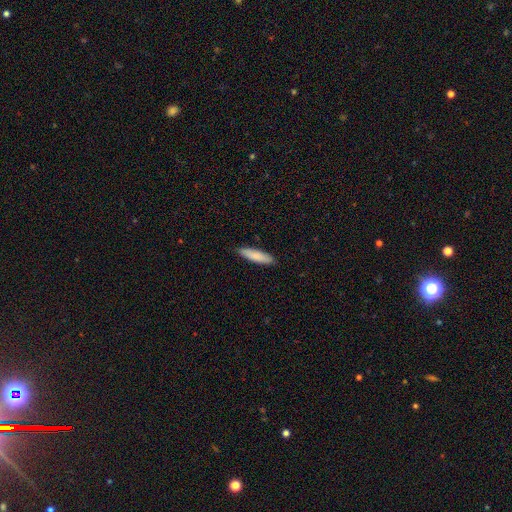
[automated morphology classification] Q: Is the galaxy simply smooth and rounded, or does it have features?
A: smooth — 85%.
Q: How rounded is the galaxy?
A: cigar-shaped — 74%.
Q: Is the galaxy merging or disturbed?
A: none — 87%.